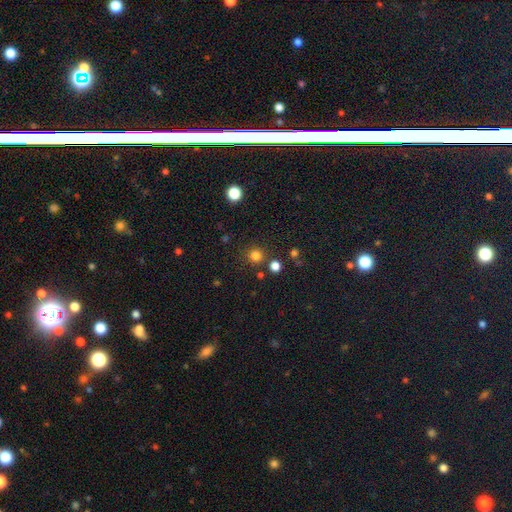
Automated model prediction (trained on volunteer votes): smooth_or_featured: smooth (p=0.79) [alt: star or artifact p=0.16]
how_rounded: round (p=0.92) [alt: in between p=0.07]
merging: none (p=0.83) [alt: minor disturbance p=0.07]